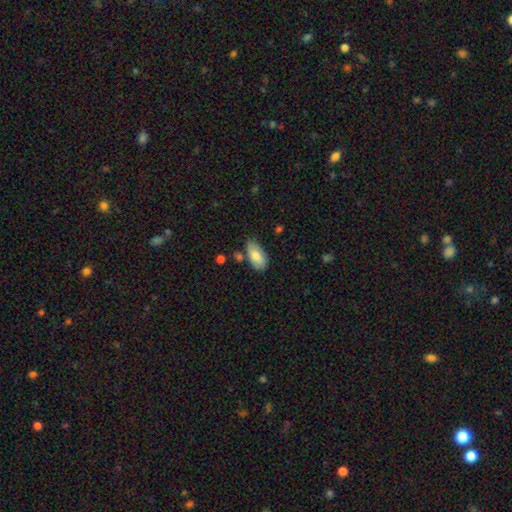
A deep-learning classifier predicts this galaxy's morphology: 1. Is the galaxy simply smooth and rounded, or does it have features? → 77% smooth, 17% featured or disk, 6% star or artifact.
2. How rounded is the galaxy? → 92% in between, 5% cigar-shaped, 3% round.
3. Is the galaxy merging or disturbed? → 67% none, 23% minor disturbance, 6% merger, 4% major disturbance.